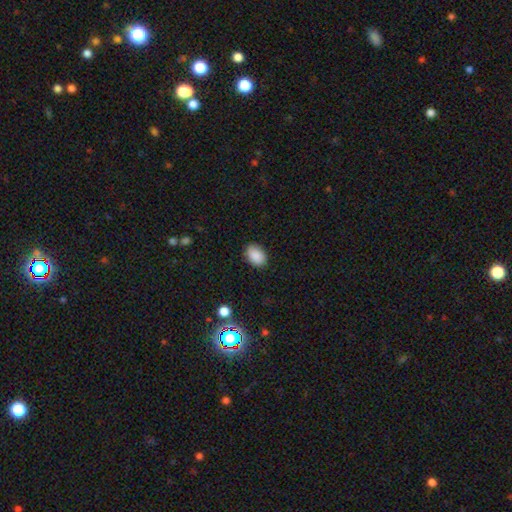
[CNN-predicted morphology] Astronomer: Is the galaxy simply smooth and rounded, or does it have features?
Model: smooth — 89%.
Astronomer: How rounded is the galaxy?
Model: in between — 84%.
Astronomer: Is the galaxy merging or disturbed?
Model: none — 87%.